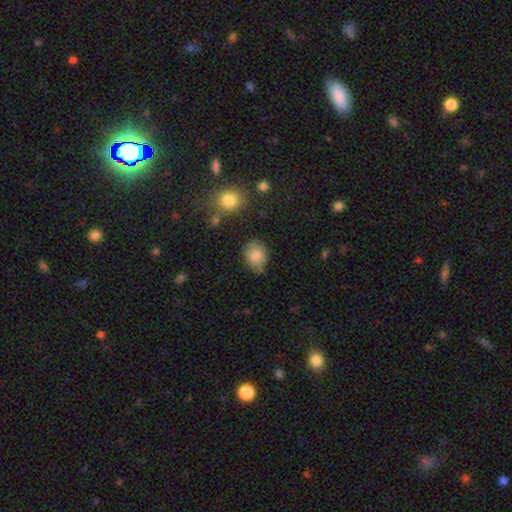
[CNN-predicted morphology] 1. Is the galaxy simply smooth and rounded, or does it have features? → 83% smooth, 9% featured or disk, 8% star or artifact.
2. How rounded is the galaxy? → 62% in between, 36% round, 1% cigar-shaped.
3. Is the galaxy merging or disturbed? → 65% none, 26% minor disturbance, 5% major disturbance, 3% merger.